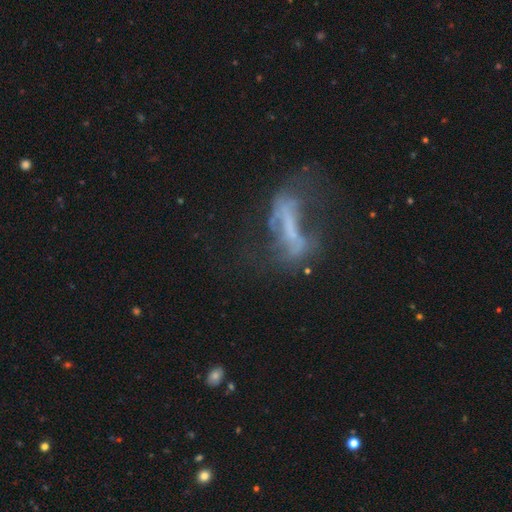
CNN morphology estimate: Smooth or featured? featured or disk (60%)
Edge-on disk? no (75%)
Merging? none (39%)